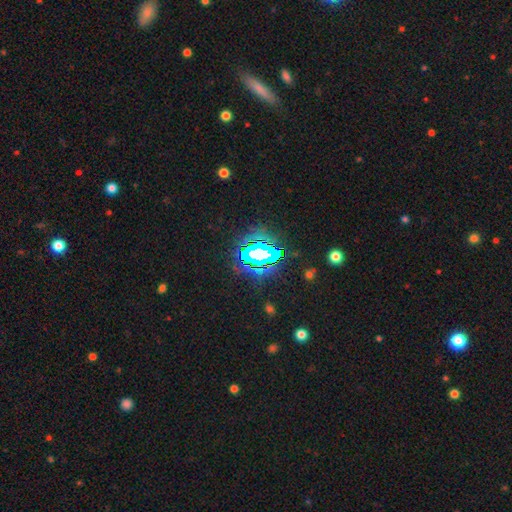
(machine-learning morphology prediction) Smooth or featured? star or artifact (70%)